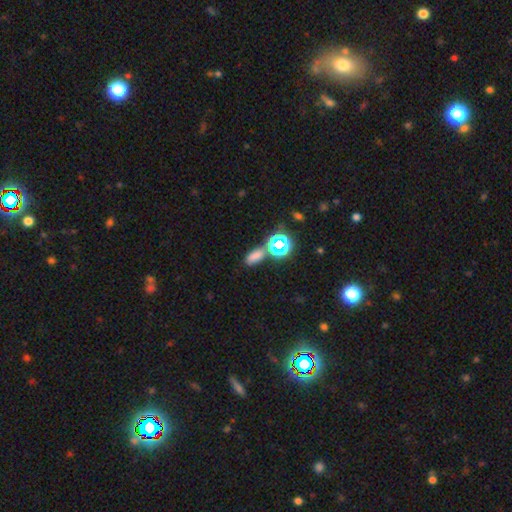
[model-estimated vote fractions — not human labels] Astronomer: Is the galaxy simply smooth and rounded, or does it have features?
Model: smooth — 67%.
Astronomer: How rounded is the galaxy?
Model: in between — 81%.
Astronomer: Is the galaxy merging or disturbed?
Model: none — 67%.